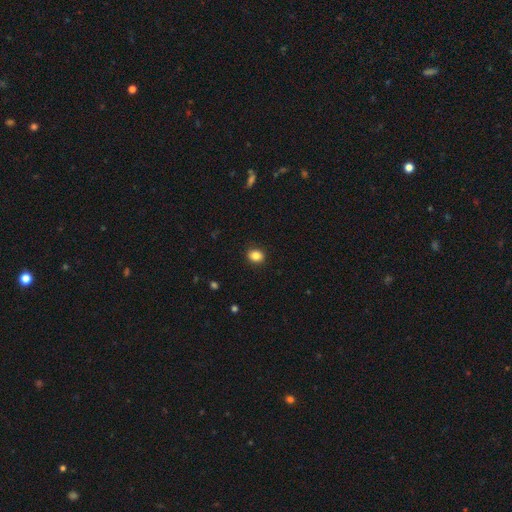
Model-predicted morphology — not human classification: Overall: smooth (85%). How rounded: round (57%; in between 42%). Merging: none (90%).